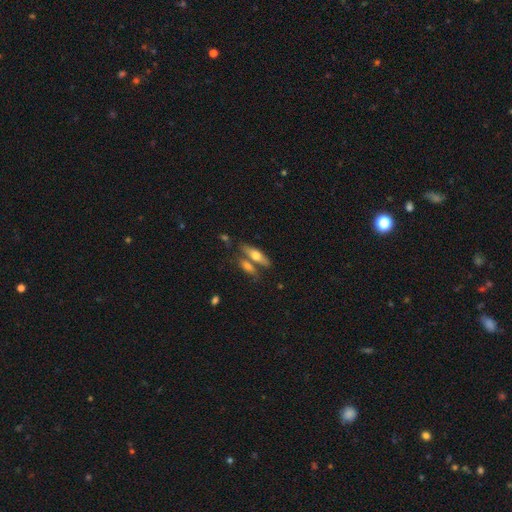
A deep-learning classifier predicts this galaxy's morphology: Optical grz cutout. It shows a smooth galaxy with no disk features (59%) that is cigar-shaped (51%). Merging: none (57%).